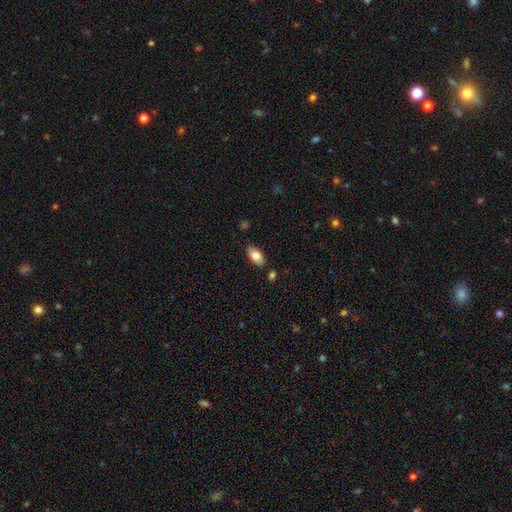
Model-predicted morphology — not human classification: Q: Smooth or featured?
A: smooth (85%); runner-up: featured or disk (8%)
Q: How rounded?
A: in between (92%); runner-up: cigar-shaped (4%)
Q: Merging?
A: none (81%); runner-up: minor disturbance (13%)